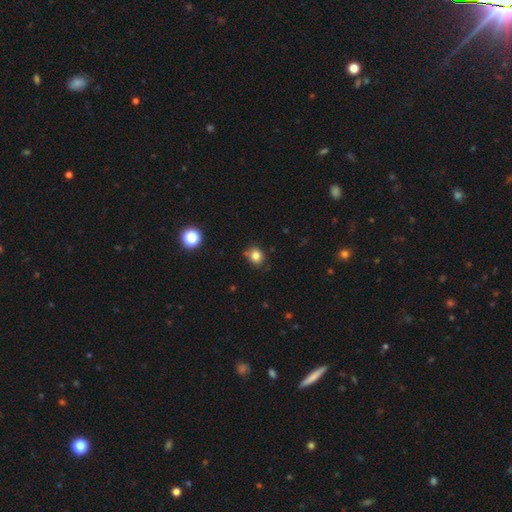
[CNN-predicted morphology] smooth_or_featured: smooth (p=0.81) [alt: star or artifact p=0.13]
how_rounded: round (p=0.74) [alt: in between p=0.25]
merging: none (p=0.74) [alt: minor disturbance p=0.18]